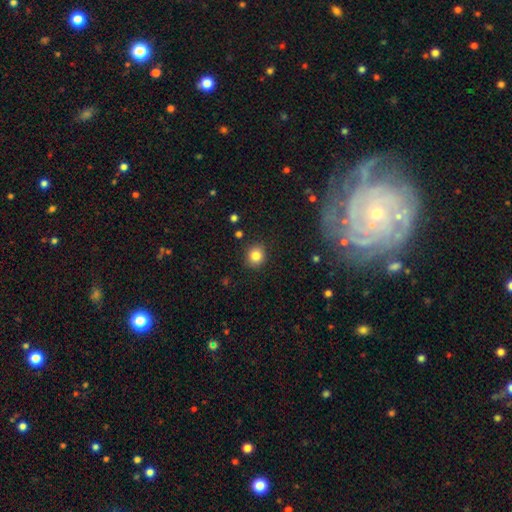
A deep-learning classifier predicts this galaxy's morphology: smooth 84%, star or artifact 10%, featured or disk 6%. Down the decision tree: how rounded — round (83%); merging — none (88%).